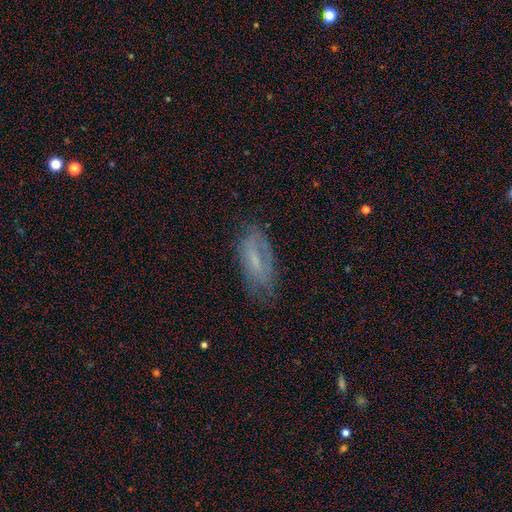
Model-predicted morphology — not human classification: This is marginally a featured or disk galaxy (41%). Merging: likely none (73%).